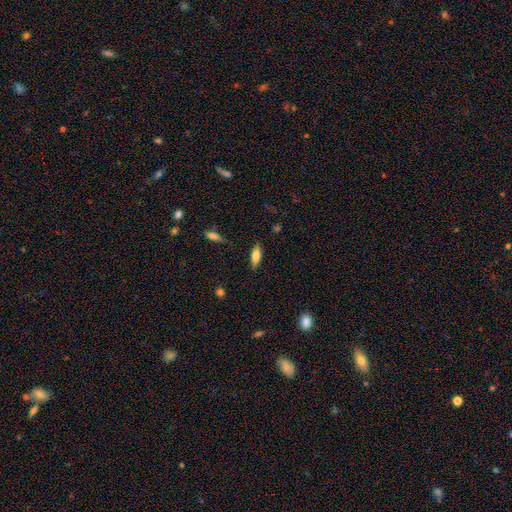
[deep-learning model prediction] The model was most divided on "how rounded": in between: 66%, cigar-shaped: 32%, round: 2%. More confident: merging — none (82%); smooth or featured — smooth (73%).